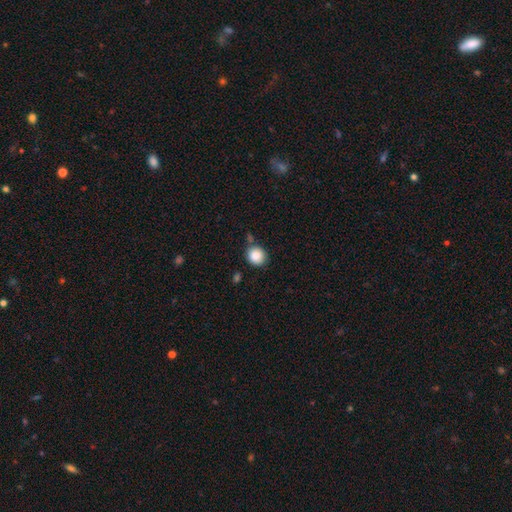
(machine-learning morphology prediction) type=smooth (87%); roundness=round (84%); merging=none (75%).